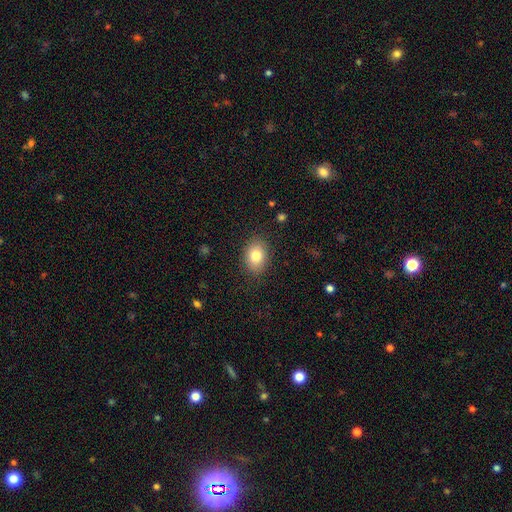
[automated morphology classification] The model was most divided on "how rounded": in between: 72%, round: 27%, cigar-shaped: 1%. More confident: merging — none (86%); smooth or featured — smooth (82%).